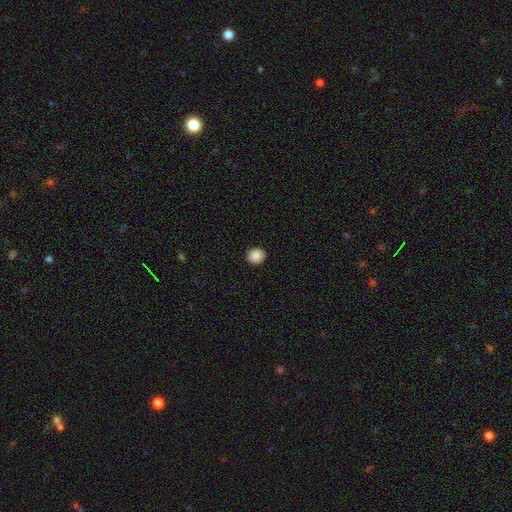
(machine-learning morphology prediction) Smooth or featured?
  - smooth: 89% *
  - star or artifact: 9%
  - featured or disk: 3%
How rounded?
  - round: 80% *
  - in between: 19%
  - cigar-shaped: 1%
Merging?
  - none: 93% *
  - minor disturbance: 5%
  - major disturbance: 2%
  - merger: 1%